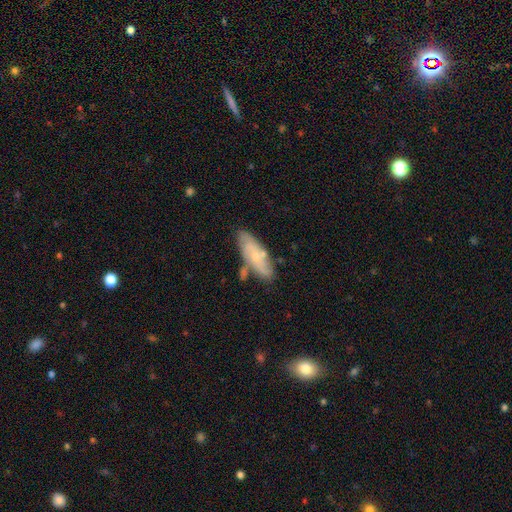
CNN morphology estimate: featured or disk 47%, smooth 46%, star or artifact 6%. Down the decision tree: merging — none (65%).